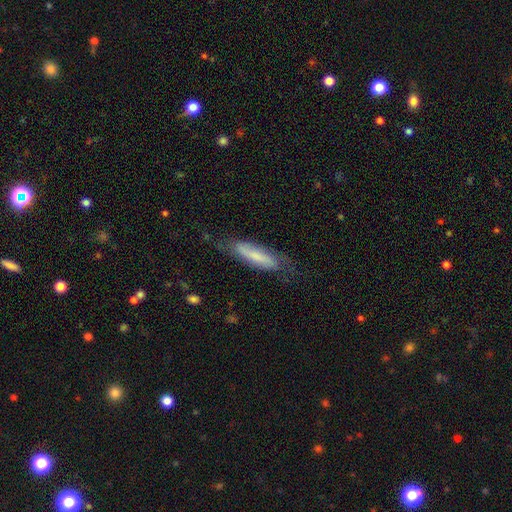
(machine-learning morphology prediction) Overall: smooth (51%; featured or disk 42%). How rounded: cigar-shaped (67%; in between 31%). Merging: none (65%).